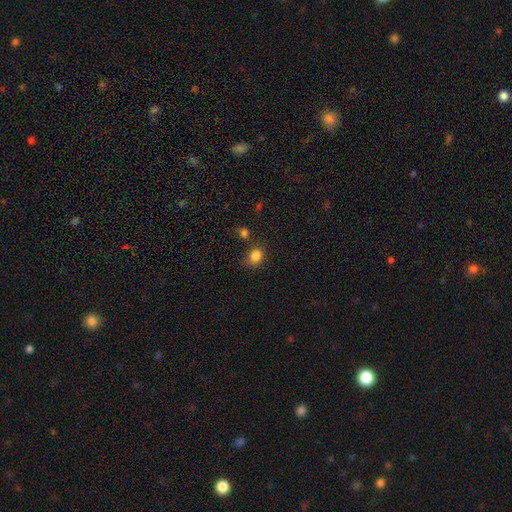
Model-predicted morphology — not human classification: A smooth galaxy with no disk features (84%) that is in between round and cigar-shaped (53%).

Vote fractions:
- Smooth or featured? smooth: 84% / star or artifact: 11% / featured or disk: 5%
- How rounded? in between: 53% / round: 46% / cigar-shaped: 1%
- Merging? none: 65% / minor disturbance: 20% / merger: 9% / major disturbance: 6%